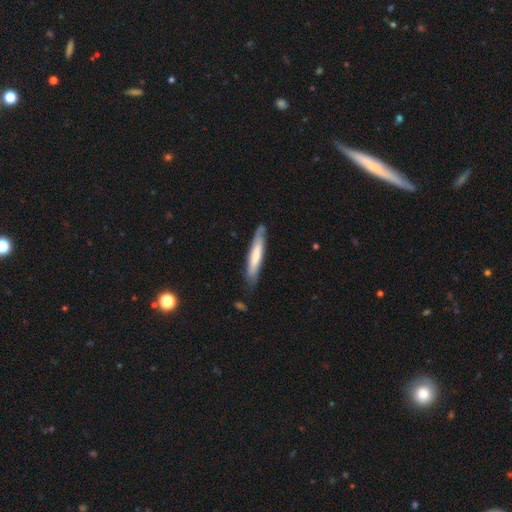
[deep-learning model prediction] smooth 60%, featured or disk 35%, star or artifact 5%. Down the decision tree: how rounded — cigar-shaped (89%); merging — none (78%).